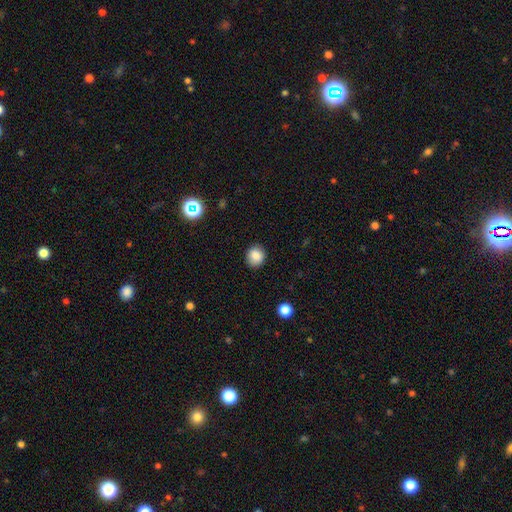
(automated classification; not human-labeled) smooth 85%, star or artifact 10%, featured or disk 5%. Down the decision tree: how rounded — round (78%); merging — none (88%).